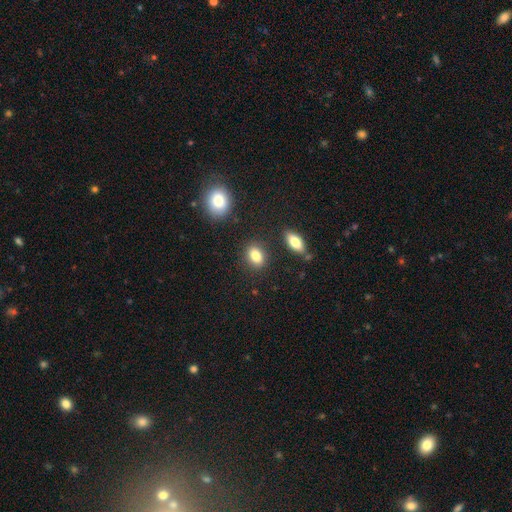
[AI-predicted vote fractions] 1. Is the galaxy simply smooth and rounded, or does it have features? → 83% smooth, 9% star or artifact, 7% featured or disk.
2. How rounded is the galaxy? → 74% in between, 23% round, 3% cigar-shaped.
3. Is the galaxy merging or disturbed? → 83% none, 10% minor disturbance, 4% merger, 3% major disturbance.